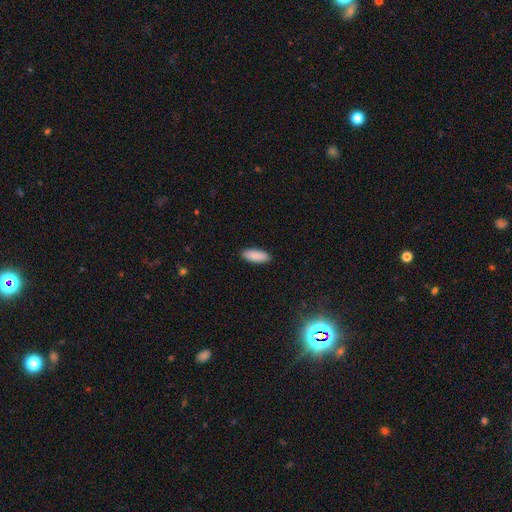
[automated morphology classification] This appears to be a smooth galaxy with no disk features (90%) that is in between round and cigar-shaped (79%). Merging: none (90%).